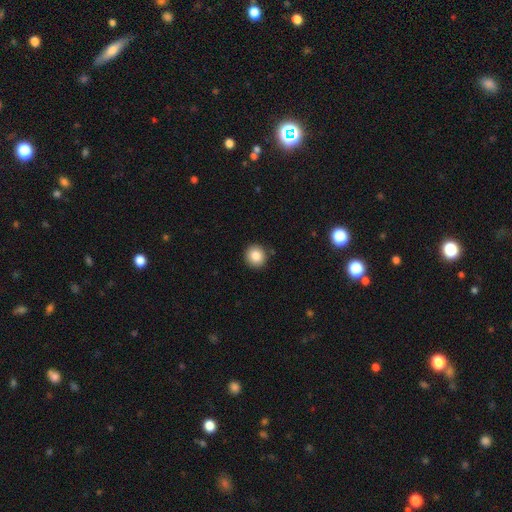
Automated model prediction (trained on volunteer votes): Smooth or featured?
  - smooth: 84% *
  - star or artifact: 9%
  - featured or disk: 6%
How rounded?
  - round: 92% *
  - in between: 7%
  - cigar-shaped: 1%
Merging?
  - none: 90% *
  - minor disturbance: 6%
  - merger: 2%
  - major disturbance: 2%